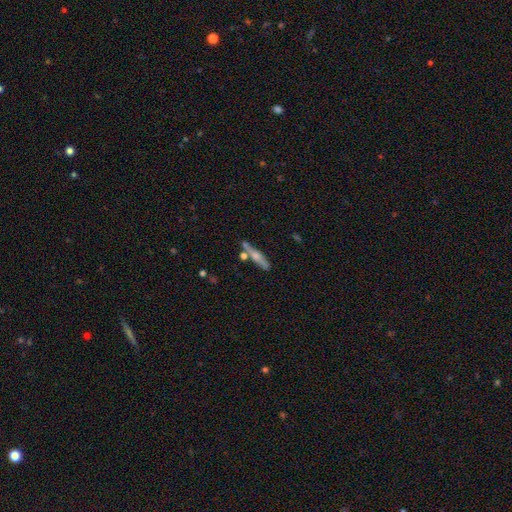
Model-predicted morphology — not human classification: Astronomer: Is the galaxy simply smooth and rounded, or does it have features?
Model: smooth — 49% (runner-up: featured or disk, 43%).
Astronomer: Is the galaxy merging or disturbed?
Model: none — 66%.